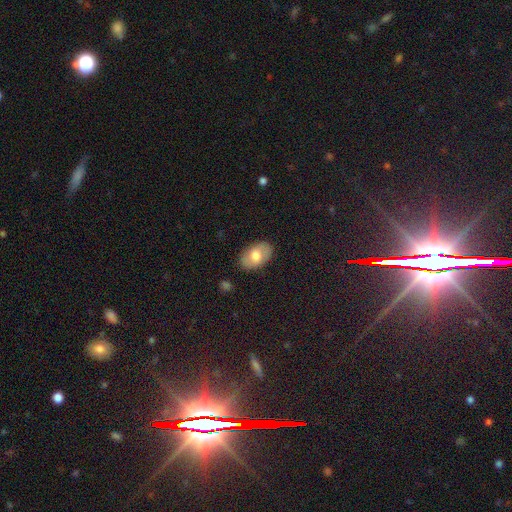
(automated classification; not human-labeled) This appears to be a smooth galaxy with no disk features (65%) that is in between round and cigar-shaped (90%). Merging: none (85%).